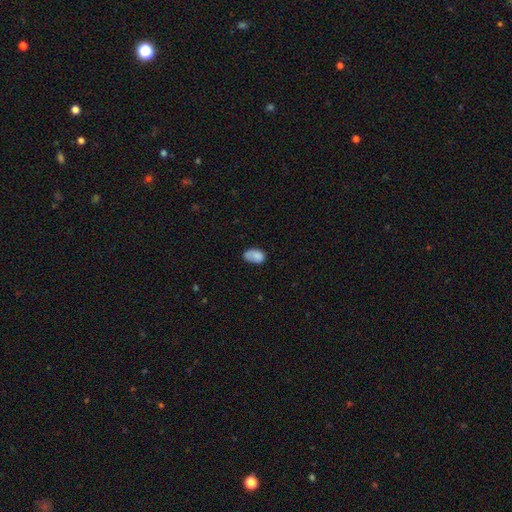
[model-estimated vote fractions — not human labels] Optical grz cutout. It shows a smooth galaxy with no disk features (77%) that is in between round and cigar-shaped (87%). Merging: none (45%).